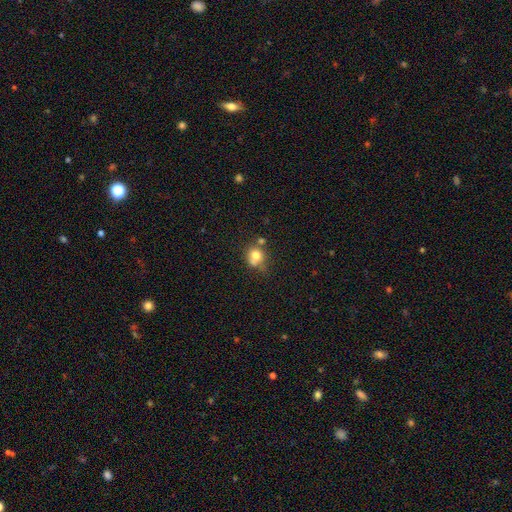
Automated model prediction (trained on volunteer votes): Smooth or featured: smooth — 74% (featured or disk — 14%)
How rounded: round — 80% (in between — 19%)
Merging: none — 49% (merger — 27%)